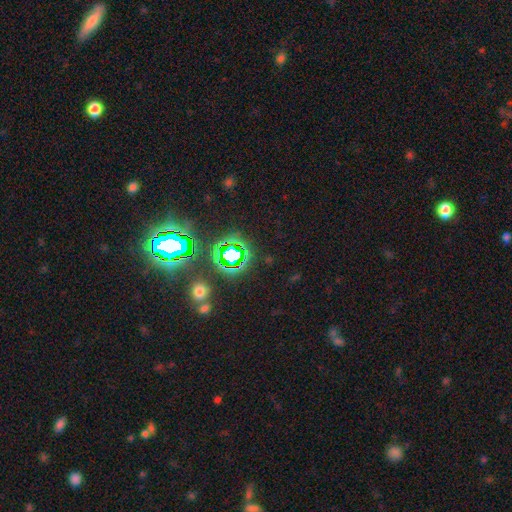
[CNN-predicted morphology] type=star or artifact (75%).